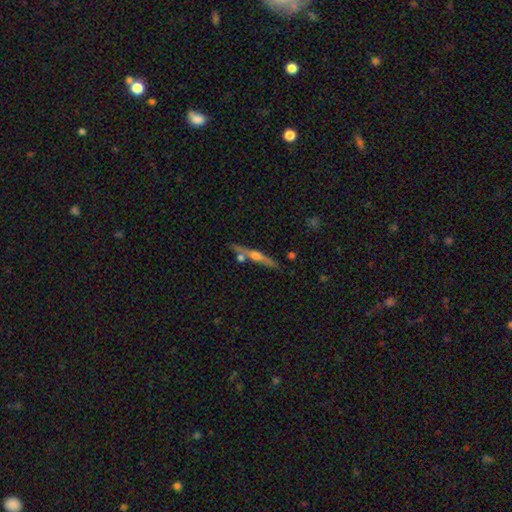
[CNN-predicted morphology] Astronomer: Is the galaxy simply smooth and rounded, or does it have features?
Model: featured or disk — 66%.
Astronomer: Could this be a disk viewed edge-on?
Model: yes — 96%.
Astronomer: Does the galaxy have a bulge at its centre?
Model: rounded — 87%.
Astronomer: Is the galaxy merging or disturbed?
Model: none — 74%.